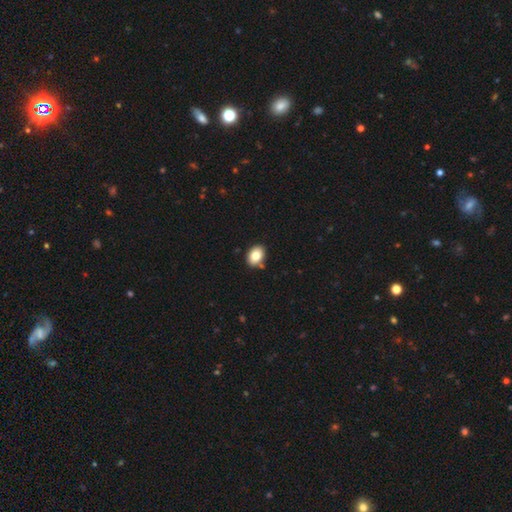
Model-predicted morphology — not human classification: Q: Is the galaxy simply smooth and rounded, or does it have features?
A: smooth — 82%.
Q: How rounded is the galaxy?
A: in between — 79%.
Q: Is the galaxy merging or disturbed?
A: none — 85%.